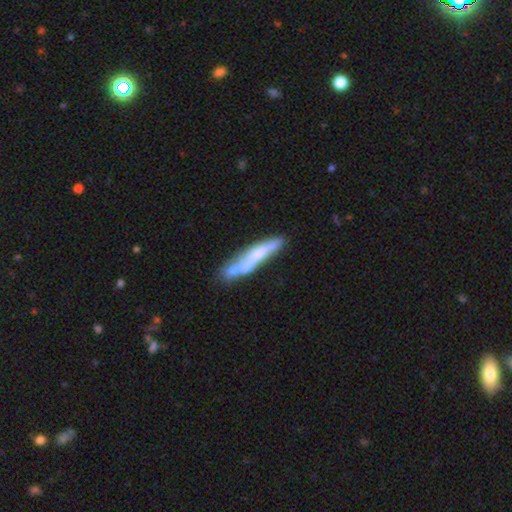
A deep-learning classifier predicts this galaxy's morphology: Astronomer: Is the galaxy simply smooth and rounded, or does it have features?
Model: featured or disk — 47% (runner-up: smooth, 46%).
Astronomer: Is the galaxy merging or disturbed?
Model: none — 50%.